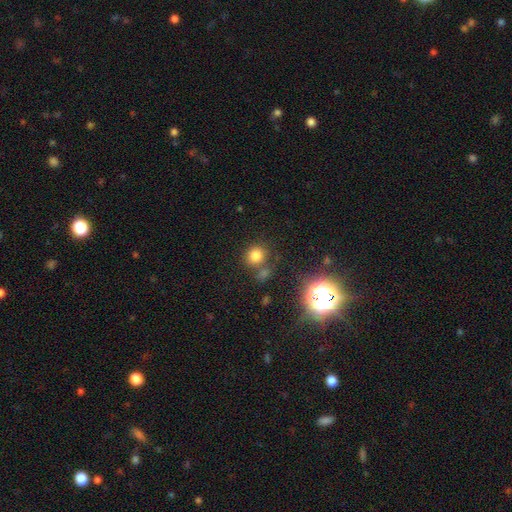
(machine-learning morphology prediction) Smooth or featured? smooth (76%)
How rounded? round (84%)
Merging? none (69%)